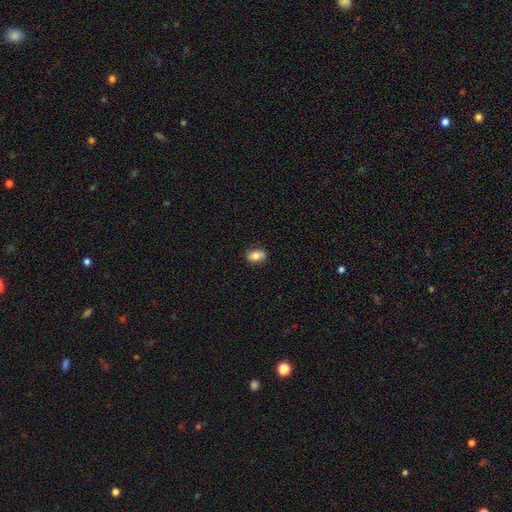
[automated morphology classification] smooth_or_featured: smooth (p=0.71) [alt: featured or disk p=0.21]
how_rounded: in between (p=0.84) [alt: round p=0.13]
merging: none (p=0.80) [alt: minor disturbance p=0.15]